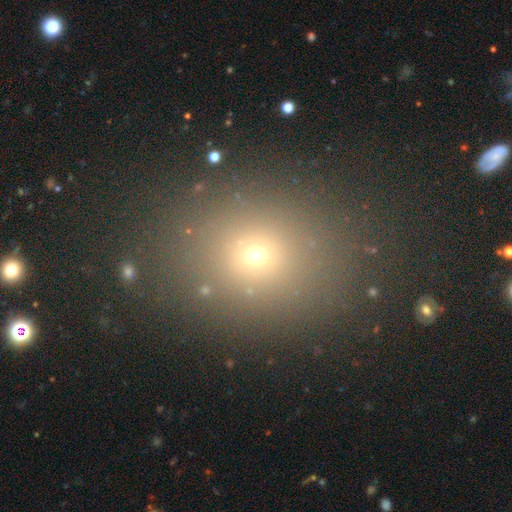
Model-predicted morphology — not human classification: A smooth galaxy with no disk features (64%) that is round (60%). Merging: none (81%).